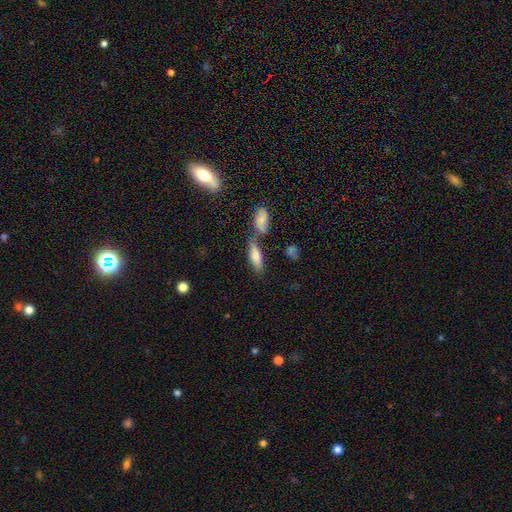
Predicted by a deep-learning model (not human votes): A smooth galaxy with no disk features (75%) that is in between round and cigar-shaped (60%).

Vote fractions:
- Smooth or featured? smooth: 75% / featured or disk: 18% / star or artifact: 8%
- How rounded? in between: 60% / cigar-shaped: 38% / round: 2%
- Merging? none: 55% / merger: 26% / minor disturbance: 14% / major disturbance: 5%